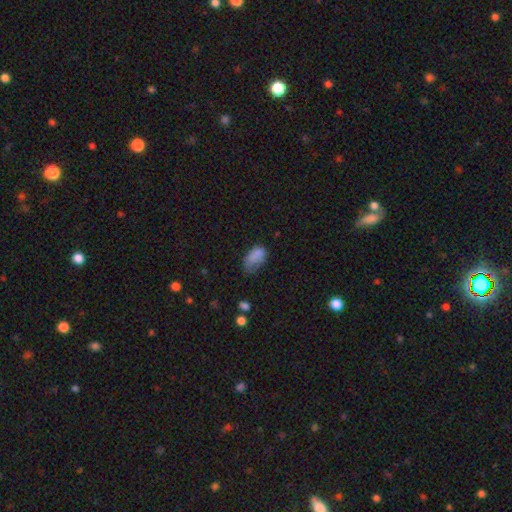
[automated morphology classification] Smooth or featured? Predicted: smooth (p=0.79). How rounded? Predicted: in between (p=0.90). Merging? Predicted: minor disturbance (p=0.38).